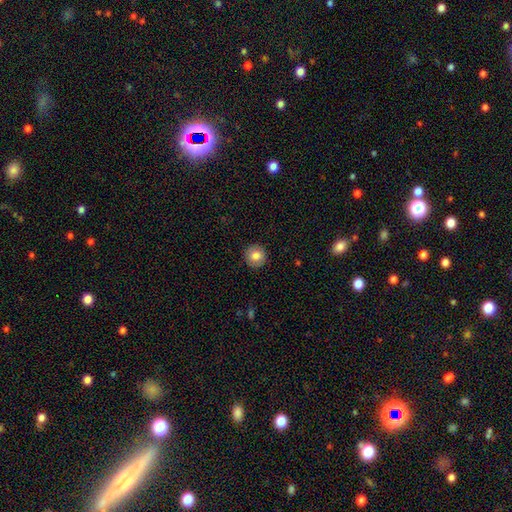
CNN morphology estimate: Smooth or featured? smooth (82%)
How rounded? round (94%)
Merging? none (91%)